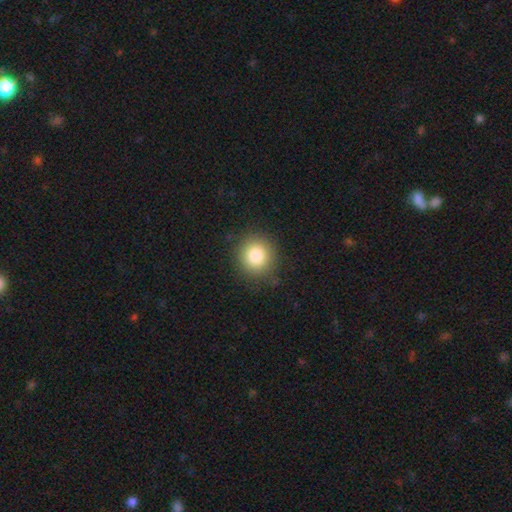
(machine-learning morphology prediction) Overall: smooth (84%). How rounded: round (90%). Merging: none (86%).